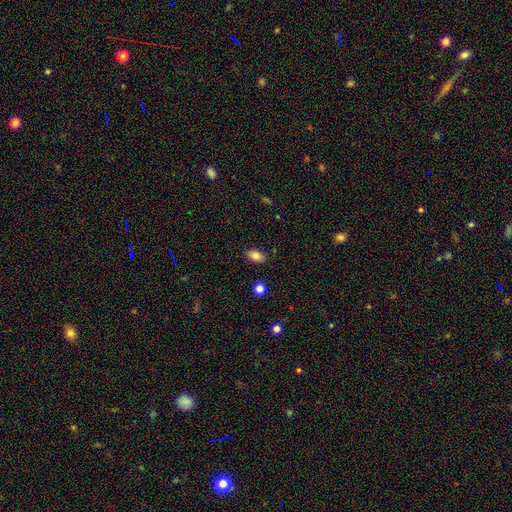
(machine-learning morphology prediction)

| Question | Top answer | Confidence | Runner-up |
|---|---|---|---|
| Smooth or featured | smooth | 84% | star or artifact (9%) |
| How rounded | in between | 88% | round (10%) |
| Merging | none | 84% | minor disturbance (12%) |